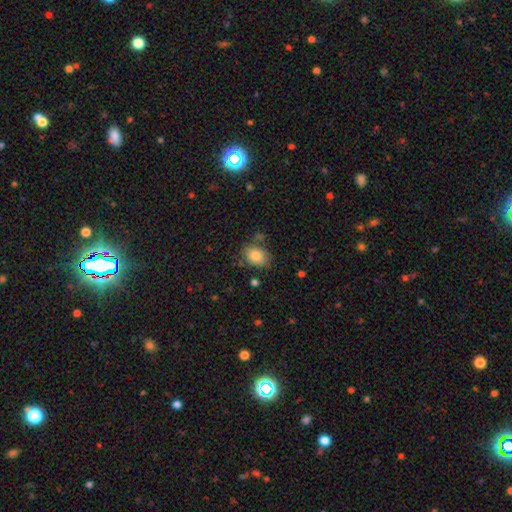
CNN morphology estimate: Smooth or featured? Predicted: smooth (p=0.83). How rounded? Predicted: in between (p=0.74). Merging? Predicted: none (p=0.73).